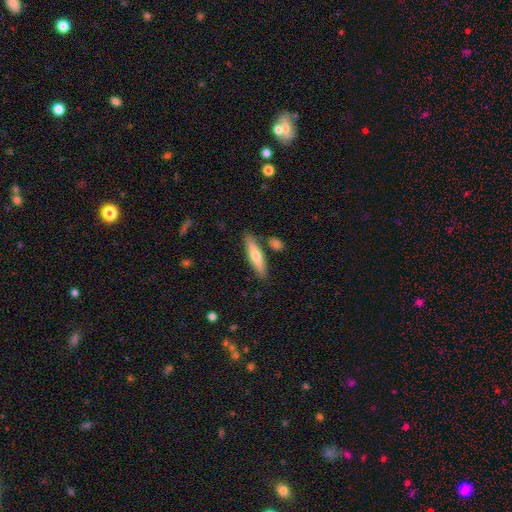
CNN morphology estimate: This appears to be a smooth galaxy with no disk features (61%) that is cigar-shaped (76%). Merging: none (81%).